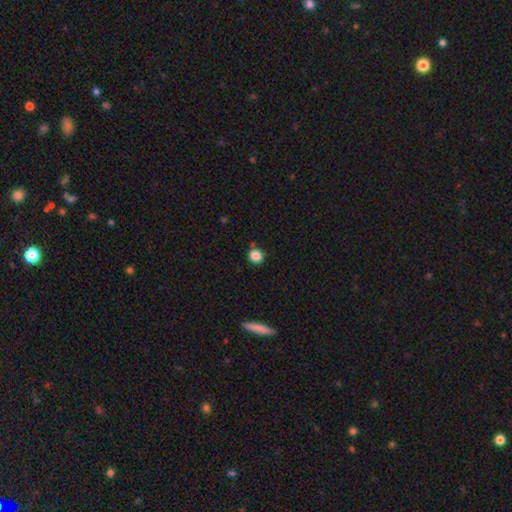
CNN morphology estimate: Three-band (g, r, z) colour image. It shows a smooth galaxy with no disk features (85%) that is round (92%). Merging: none (83%).